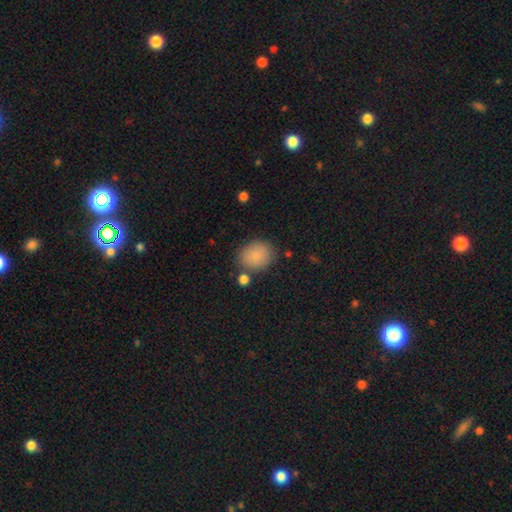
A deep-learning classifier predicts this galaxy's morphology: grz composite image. It shows a smooth galaxy with no disk features (86%) that is round (63%). Merging: none (77%).